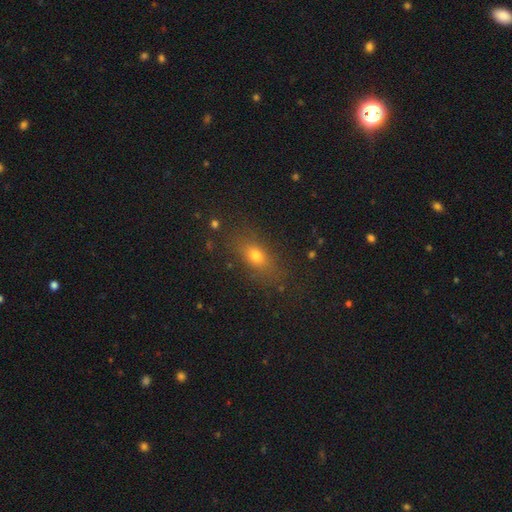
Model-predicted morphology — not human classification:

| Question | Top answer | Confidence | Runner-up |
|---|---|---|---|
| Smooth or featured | smooth | 69% | featured or disk (16%) |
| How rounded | in between | 68% | cigar-shaped (17%) |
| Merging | none | 80% | minor disturbance (13%) |